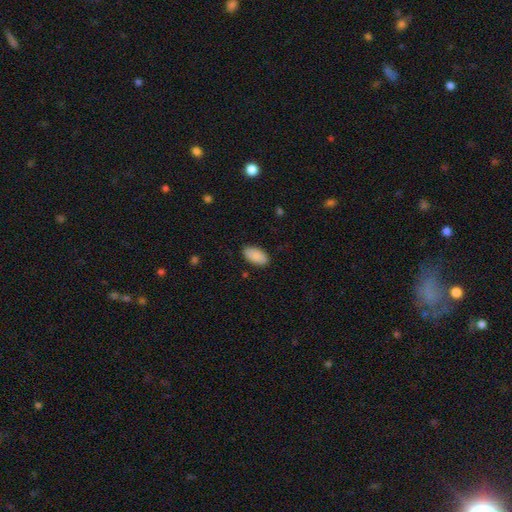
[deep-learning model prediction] A smooth galaxy with no disk features (90%) that is in between round and cigar-shaped (95%).

Vote fractions:
- Smooth or featured? smooth: 90% / star or artifact: 6% / featured or disk: 4%
- How rounded? in between: 95% / cigar-shaped: 3% / round: 2%
- Merging? none: 88% / minor disturbance: 9% / major disturbance: 2% / merger: 1%